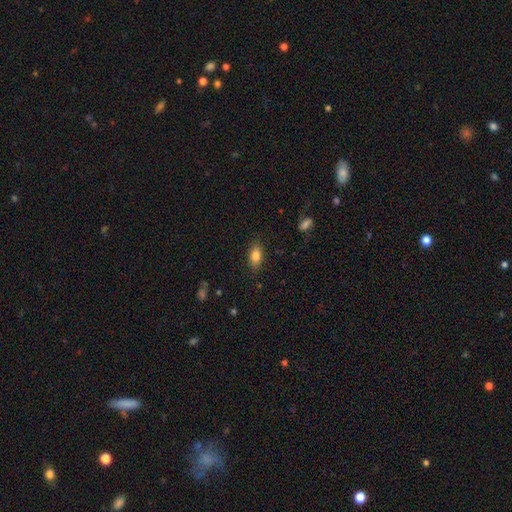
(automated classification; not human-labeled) Smooth or featured? smooth (82%)
How rounded? in between (87%)
Merging? none (84%)